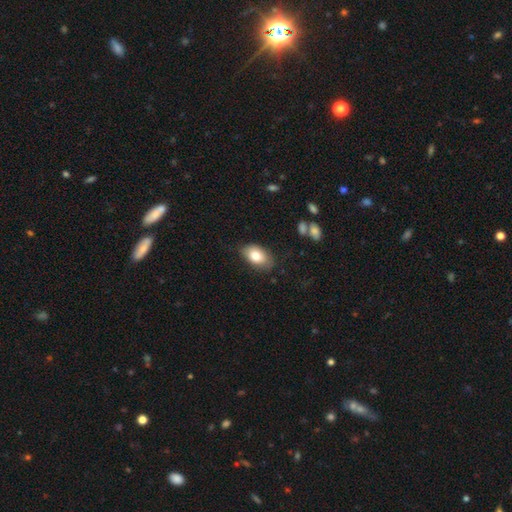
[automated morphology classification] Q: Smooth or featured?
A: smooth (79%); runner-up: featured or disk (13%)
Q: How rounded?
A: in between (90%); runner-up: round (9%)
Q: Merging?
A: none (77%); runner-up: minor disturbance (18%)